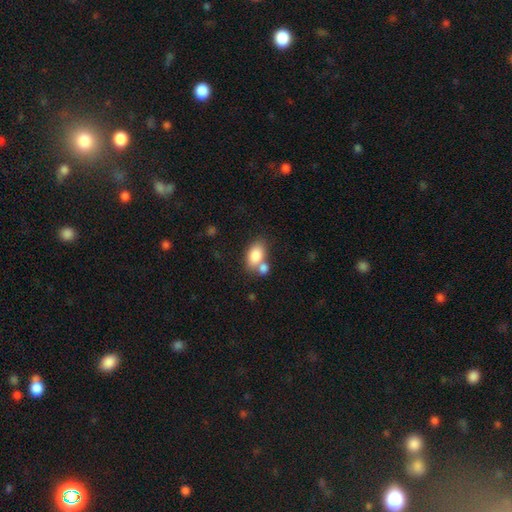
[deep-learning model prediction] This is clearly a smooth galaxy (83%). How rounded: clearly in between (89%). Merging: marginally none (45%).